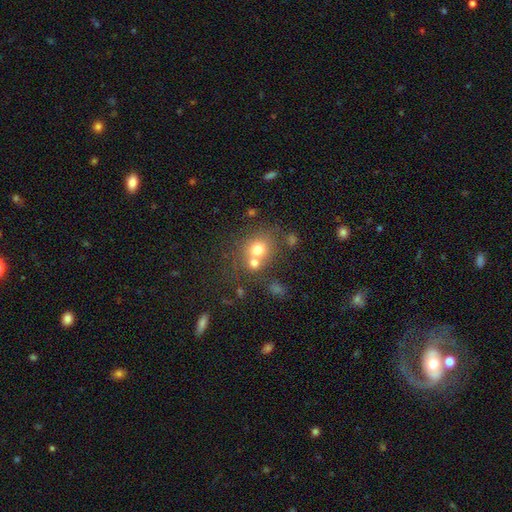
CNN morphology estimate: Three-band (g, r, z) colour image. It shows a smooth galaxy with no disk features (67%) that is round (76%). Merging: none (50%).